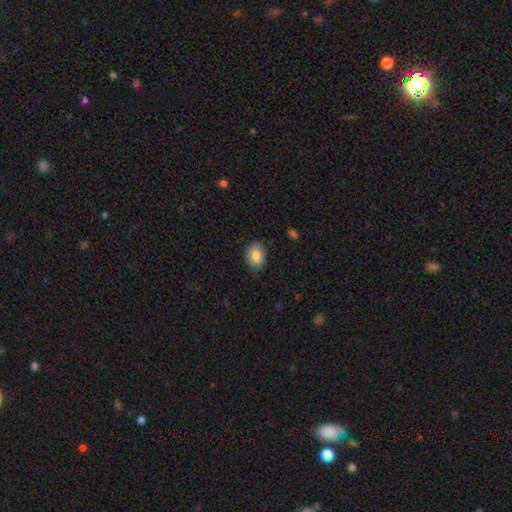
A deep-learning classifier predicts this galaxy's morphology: This appears to be a smooth galaxy with no disk features (84%) that is in between round and cigar-shaped (59%). Merging: none (80%).